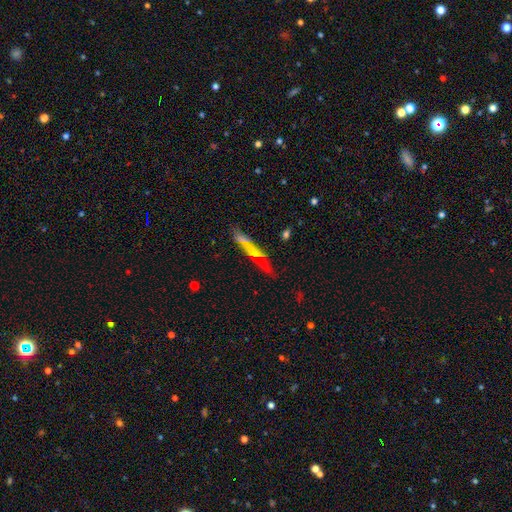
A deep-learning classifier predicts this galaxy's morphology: A featured or disk galaxy (53%) viewed edge-on (84%).

Vote fractions:
- Smooth or featured? featured or disk: 53% / smooth: 36% / star or artifact: 11%
- Edge-on disk? yes: 84% / no: 16%
- Merging? none: 71% / minor disturbance: 16% / merger: 7% / major disturbance: 6%